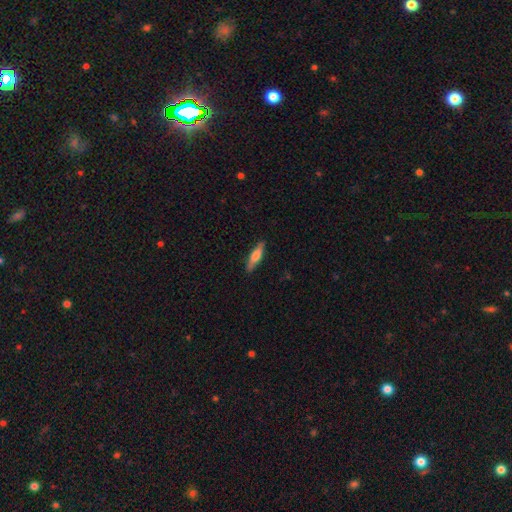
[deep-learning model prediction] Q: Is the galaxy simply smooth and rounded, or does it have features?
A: smooth — 55%.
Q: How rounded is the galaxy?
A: cigar-shaped — 74%.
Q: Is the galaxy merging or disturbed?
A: none — 87%.